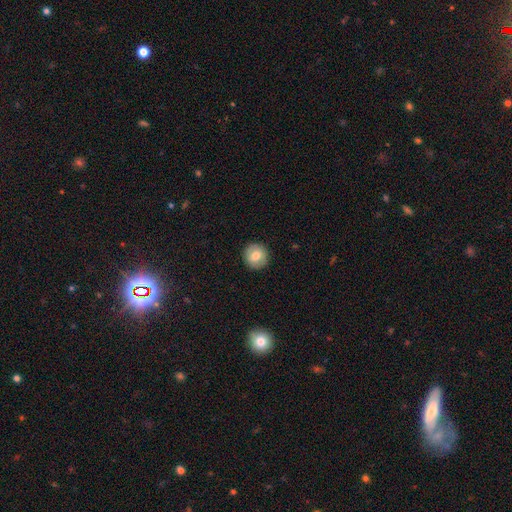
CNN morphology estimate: smooth 74%, featured or disk 18%, star or artifact 8%. Down the decision tree: how rounded — round (93%); merging — none (91%).